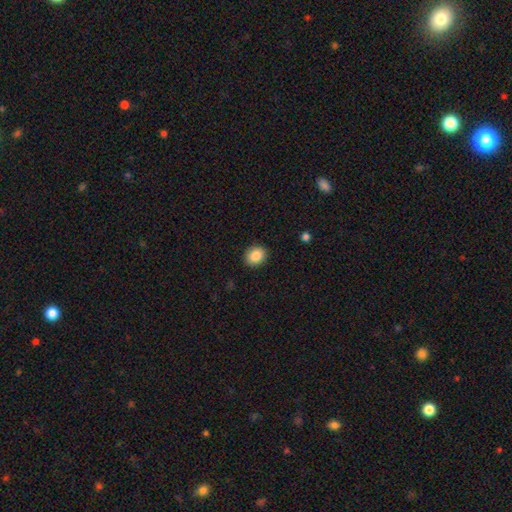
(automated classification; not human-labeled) This is clearly a smooth galaxy (87%). How rounded: likely round (65%). Merging: clearly none (90%).